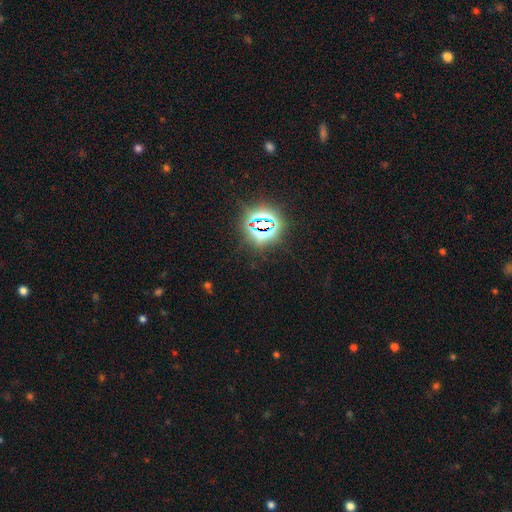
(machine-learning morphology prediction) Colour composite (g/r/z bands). It shows a star or artifact, not a galaxy (82%).